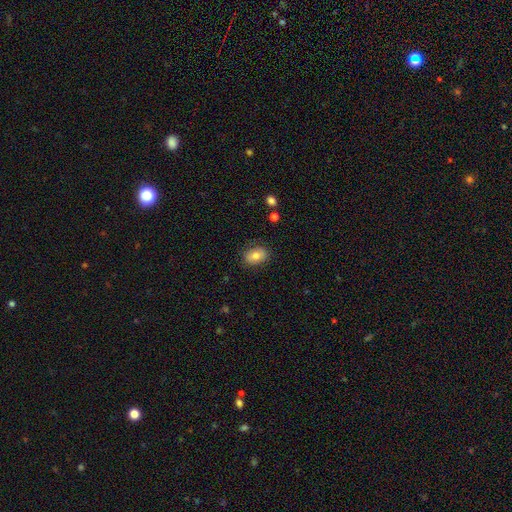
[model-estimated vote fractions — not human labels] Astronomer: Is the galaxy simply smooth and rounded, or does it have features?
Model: smooth — 76%.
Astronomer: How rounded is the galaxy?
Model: in between — 77%.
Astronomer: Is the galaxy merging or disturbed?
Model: none — 84%.